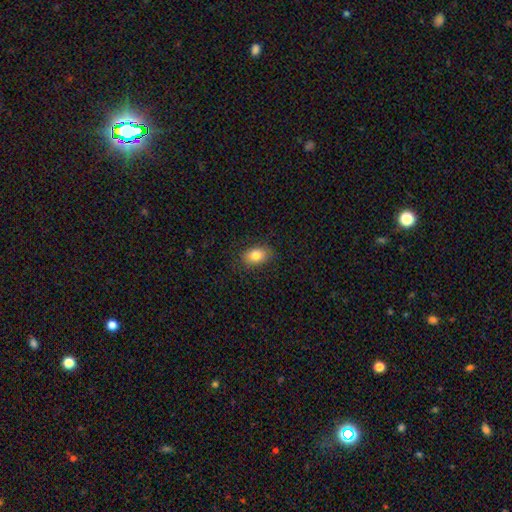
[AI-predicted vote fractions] smooth_or_featured: smooth (p=0.81) [alt: featured or disk p=0.10]
how_rounded: in between (p=0.81) [alt: round p=0.17]
merging: none (p=0.85) [alt: minor disturbance p=0.12]